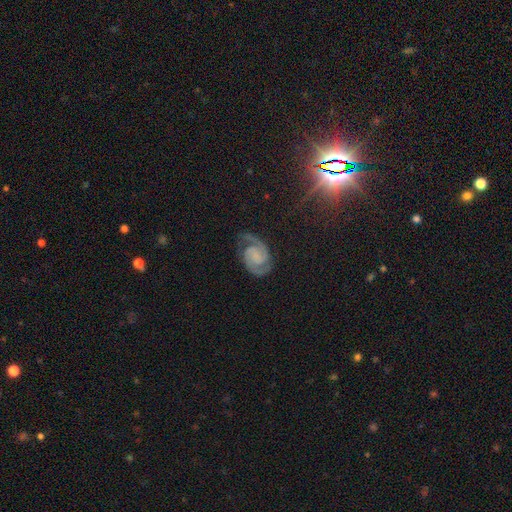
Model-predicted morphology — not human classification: smooth-or-featured: featured or disk: 86% | smooth: 8% | star or artifact: 6%
  disk-edge-on: no: 98% | yes: 2%
    bar: no: 51% | weak: 38% | strong: 11%
    has-spiral-arms: yes: 97% | no: 3%
      spiral-winding: medium: 48% | tight: 40% | loose: 12%
      spiral-arm-count: 2: 91% | can't tell: 3% | 1: 2% | 3: 1% | 4: 1% | more than 4: 1%
    bulge-size: none: 58% | small: 22% | moderate: 12% | large: 6% | dominant: 2%
  merging: none: 74% | minor disturbance: 17% | major disturbance: 8% | merger: 2%